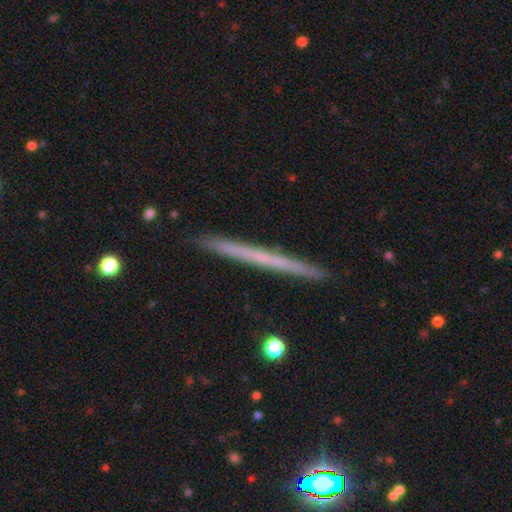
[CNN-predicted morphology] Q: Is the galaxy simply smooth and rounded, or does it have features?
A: featured or disk — 51%.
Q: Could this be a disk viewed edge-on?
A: yes — 98%.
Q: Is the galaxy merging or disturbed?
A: none — 92%.